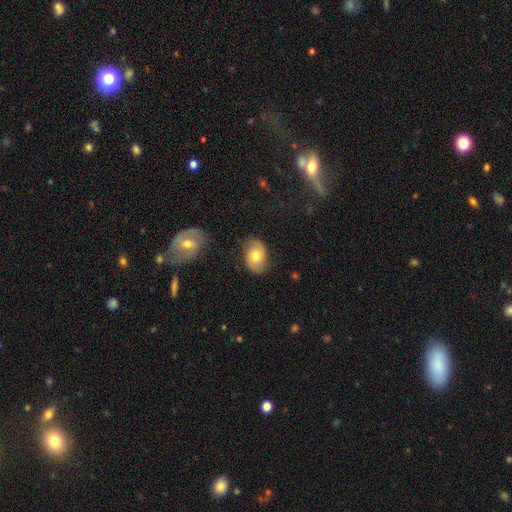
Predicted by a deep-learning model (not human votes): smooth 64%, featured or disk 29%, star or artifact 7%. Down the decision tree: how rounded — in between (81%); merging — none (80%).